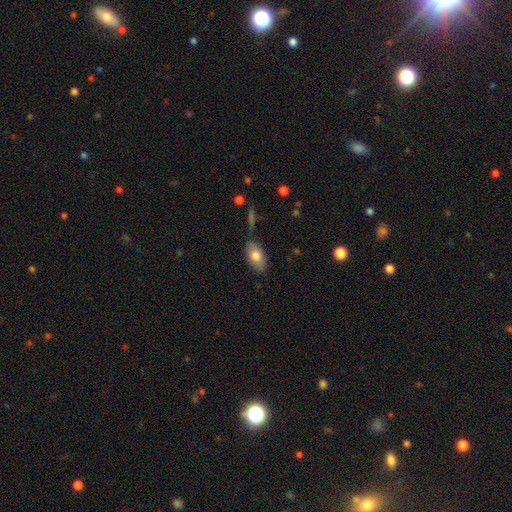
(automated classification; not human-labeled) Smooth or featured? Predicted: smooth (p=0.77). How rounded? Predicted: in between (p=0.92). Merging? Predicted: none (p=0.79).